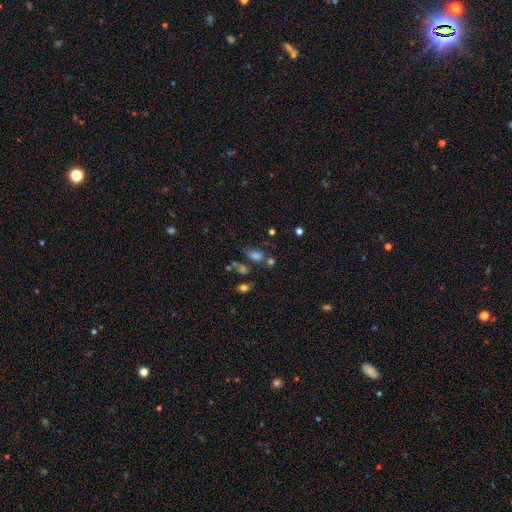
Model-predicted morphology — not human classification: smooth-or-featured: smooth: 69% | star or artifact: 20% | featured or disk: 11%
  how-rounded: in between: 83% | round: 13% | cigar-shaped: 4%
  merging: none: 47% | merger: 22% | minor disturbance: 18% | major disturbance: 13%